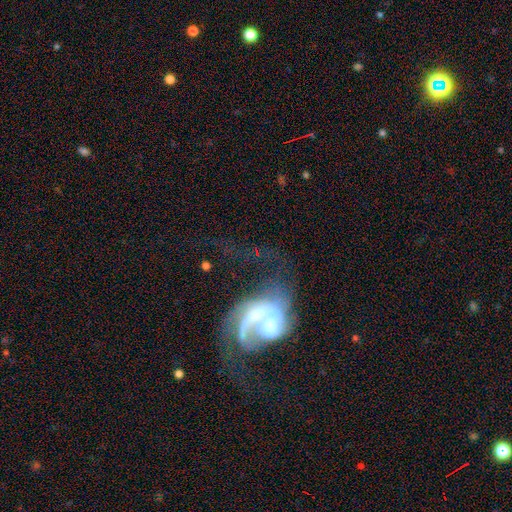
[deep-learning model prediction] This appears to be a featured or disk galaxy (69%) with no bar (50%), 2 (68%) loose (47%) spiral arms (81%) and a moderate central bulge (43%). Merging: none (32%).